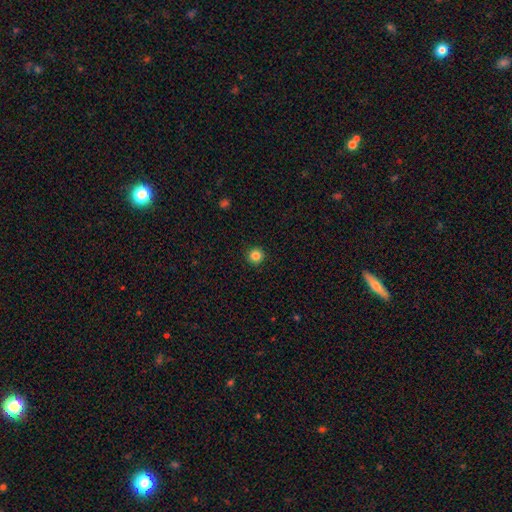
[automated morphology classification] smooth-or-featured: smooth: 84% | star or artifact: 12% | featured or disk: 4%
  how-rounded: round: 96% | in between: 3% | cigar-shaped: 1%
  merging: none: 93% | minor disturbance: 4% | major disturbance: 2% | merger: 1%